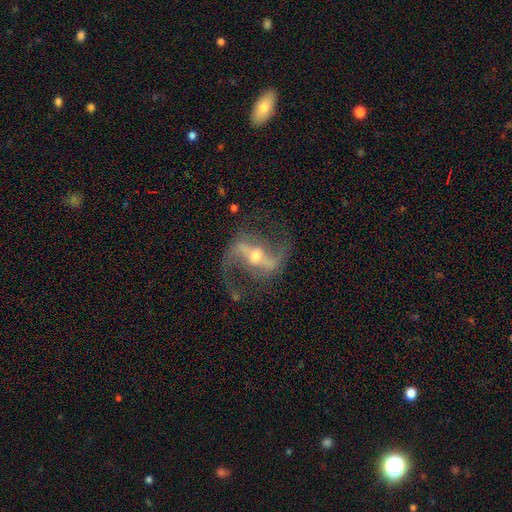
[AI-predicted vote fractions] Smooth or featured?
  - featured or disk: 91% *
  - star or artifact: 5%
  - smooth: 3%
Edge-on disk?
  - no: 95% *
  - yes: 5%
Bar?
  - strong: 59% *
  - weak: 29%
  - no: 11%
Spiral arms?
  - yes: 97% *
  - no: 3%
Spiral winding?
  - loose: 50% *
  - medium: 43%
  - tight: 7%
Spiral arm count?
  - 2: 94% *
  - can't tell: 2%
  - 1: 2%
  - 3: 1%
  - 4: 1%
  - more than 4: 1%
Bulge size?
  - moderate: 58% *
  - small: 36%
  - large: 4%
  - none: 1%
  - dominant: 1%
Merging?
  - none: 77% *
  - minor disturbance: 12%
  - major disturbance: 9%
  - merger: 2%